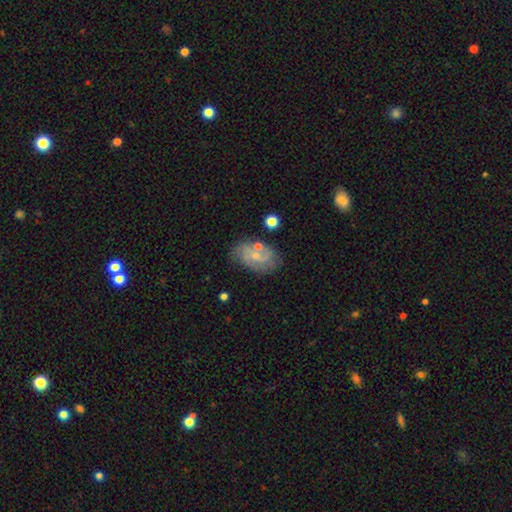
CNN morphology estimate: type=featured or disk (66%); edge-on=no (97%); bar=no (59%); spiral arms=yes (83%); winding=medium (43%); arm count=2 (50%); bulge=small (65%); merging=none (64%).